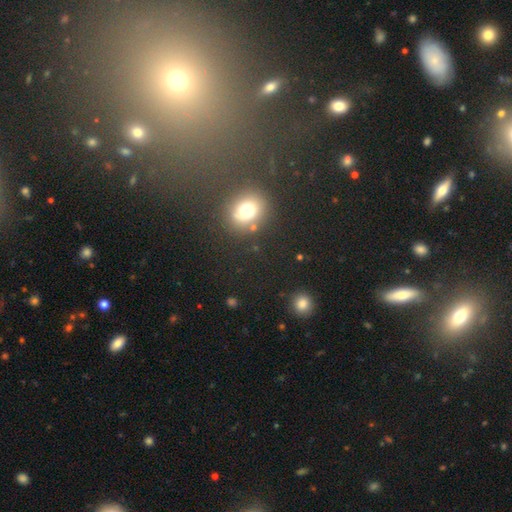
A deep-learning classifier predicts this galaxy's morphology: This is possibly a smooth galaxy (45%). Merging: clearly none (82%).